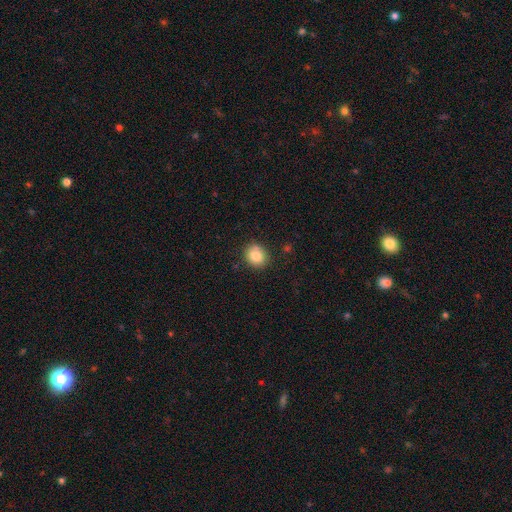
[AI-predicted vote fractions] smooth_or_featured: smooth (p=0.82) [alt: star or artifact p=0.10]
how_rounded: round (p=0.78) [alt: in between p=0.21]
merging: none (p=0.81) [alt: minor disturbance p=0.12]